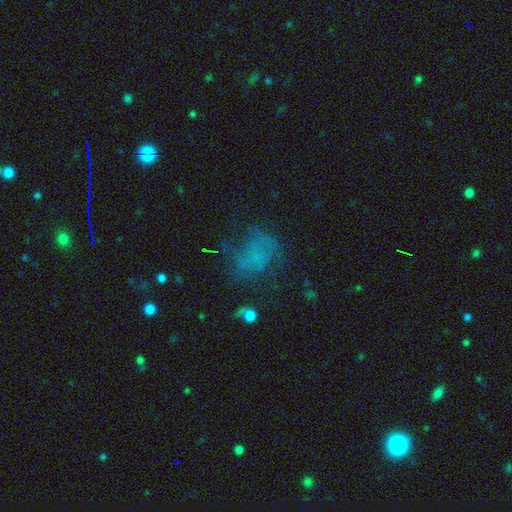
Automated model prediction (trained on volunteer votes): Q: Smooth or featured?
A: smooth (44%); runner-up: featured or disk (32%)
Q: Merging?
A: none (51%); runner-up: major disturbance (26%)